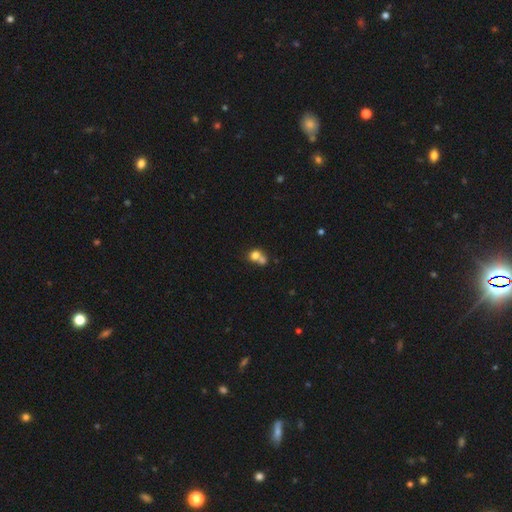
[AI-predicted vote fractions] Smooth or featured? Predicted: smooth (p=0.74). How rounded? Predicted: round (p=0.69). Merging? Predicted: merger (p=0.60).